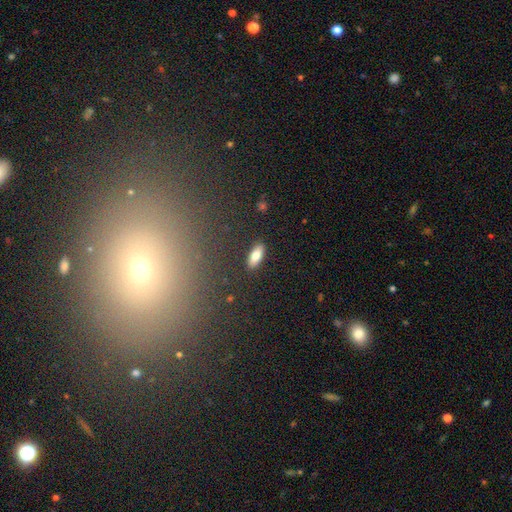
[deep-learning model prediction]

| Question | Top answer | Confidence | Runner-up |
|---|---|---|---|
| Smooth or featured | smooth | 79% | featured or disk (13%) |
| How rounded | in between | 78% | cigar-shaped (19%) |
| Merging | none | 88% | minor disturbance (8%) |